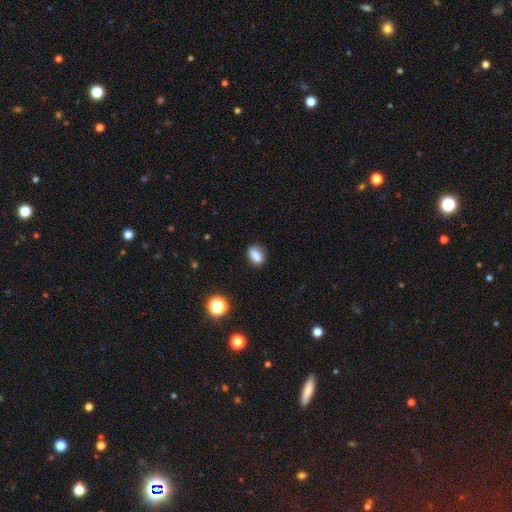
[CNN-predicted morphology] type=smooth (83%); roundness=in between (77%); merging=none (79%).